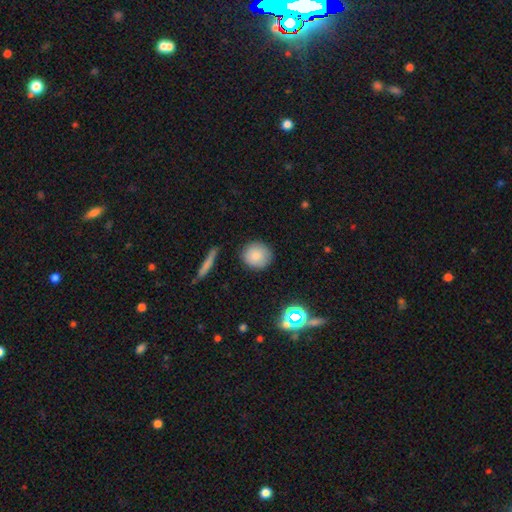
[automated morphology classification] type=smooth (84%); roundness=round (91%); merging=none (87%).